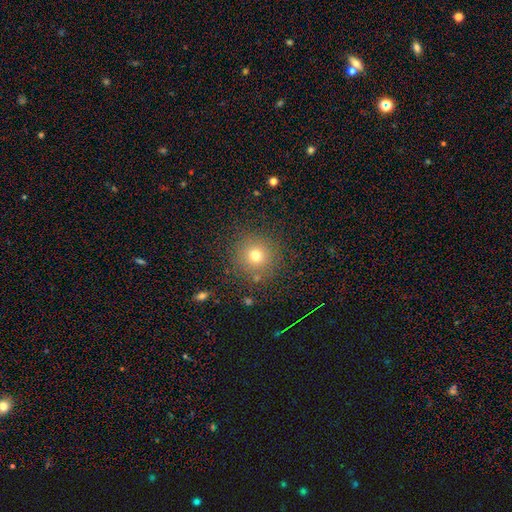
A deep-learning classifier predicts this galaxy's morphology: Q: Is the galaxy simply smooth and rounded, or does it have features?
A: smooth — 73%.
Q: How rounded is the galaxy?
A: round — 94%.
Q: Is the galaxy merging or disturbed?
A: none — 87%.